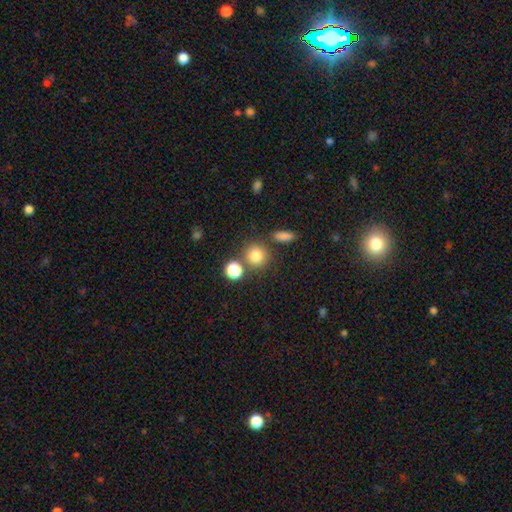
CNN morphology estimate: Smooth or featured?
  - smooth: 80% *
  - star or artifact: 13%
  - featured or disk: 7%
How rounded?
  - round: 87% *
  - in between: 11%
  - cigar-shaped: 1%
Merging?
  - none: 74% *
  - merger: 13%
  - minor disturbance: 9%
  - major disturbance: 4%